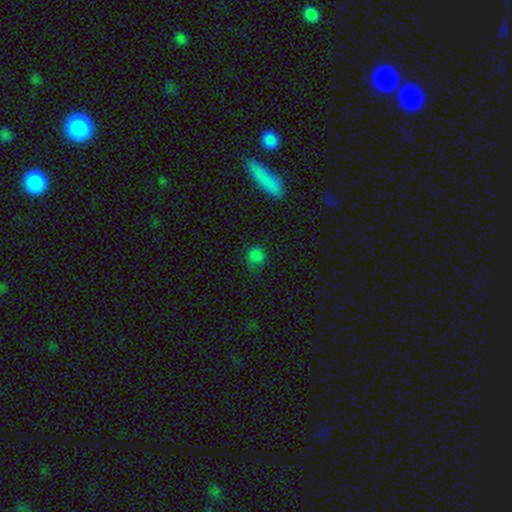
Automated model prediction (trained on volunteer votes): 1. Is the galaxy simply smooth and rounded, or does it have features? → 77% smooth, 19% star or artifact, 5% featured or disk.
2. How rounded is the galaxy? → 86% round, 13% in between, 1% cigar-shaped.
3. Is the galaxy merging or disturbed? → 74% none, 18% minor disturbance, 6% major disturbance, 2% merger.